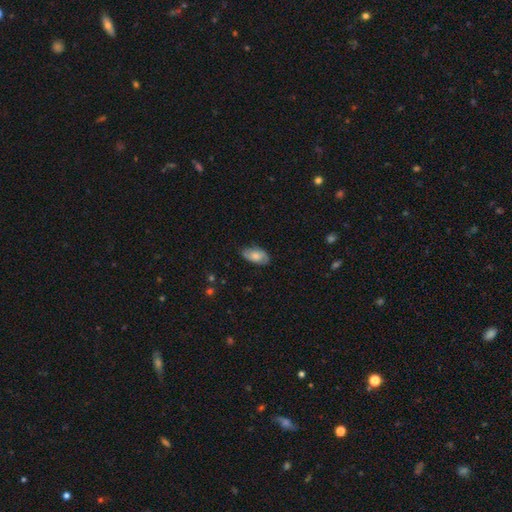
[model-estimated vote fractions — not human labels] Smooth or featured? smooth (66%)
How rounded? in between (93%)
Merging? none (77%)